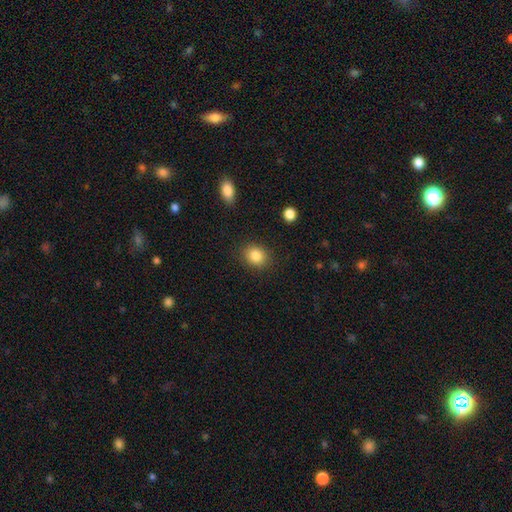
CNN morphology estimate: This is clearly a smooth galaxy (85%). How rounded: likely round (61%). Merging: clearly none (87%).